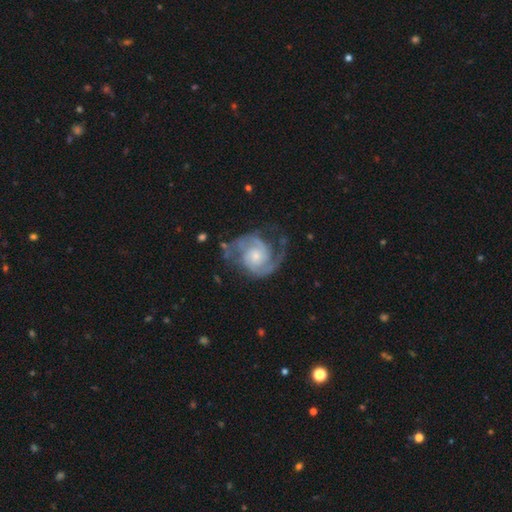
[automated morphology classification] Q: Smooth or featured?
A: featured or disk (90%); runner-up: smooth (5%)
Q: Edge-on disk?
A: no (98%); runner-up: yes (2%)
Q: Bar?
A: no (67%); runner-up: weak (28%)
Q: Spiral arms?
A: yes (98%); runner-up: no (2%)
Q: Spiral winding?
A: medium (52%); runner-up: tight (33%)
Q: Spiral arm count?
A: 2 (87%); runner-up: can't tell (4%)
Q: Bulge size?
A: small (55%); runner-up: moderate (32%)
Q: Merging?
A: none (68%); runner-up: minor disturbance (18%)